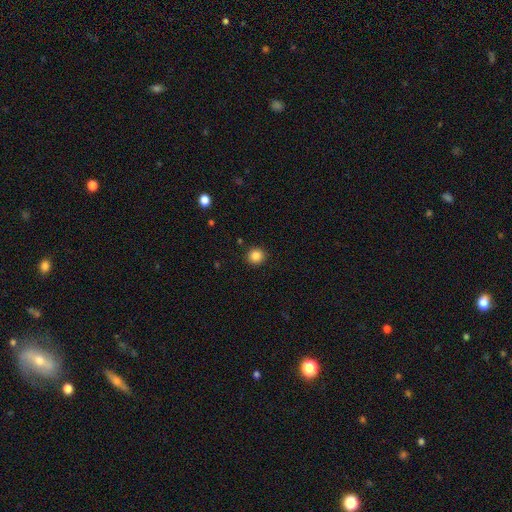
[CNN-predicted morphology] A smooth galaxy with no disk features (86%) that is round (93%). Merging: none (91%).